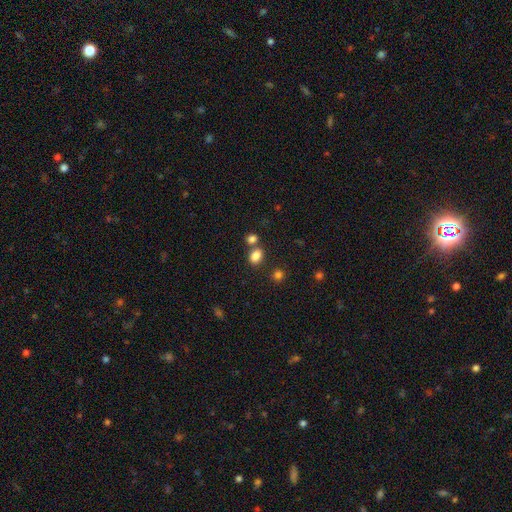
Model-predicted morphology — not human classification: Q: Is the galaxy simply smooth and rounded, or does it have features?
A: smooth — 84%.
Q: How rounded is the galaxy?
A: in between — 71%.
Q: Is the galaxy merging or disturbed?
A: none — 60%.